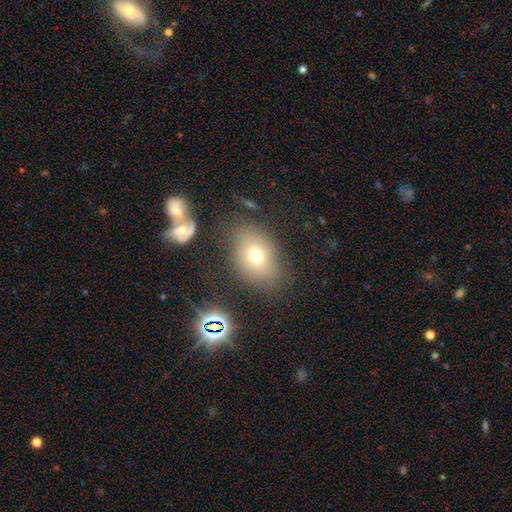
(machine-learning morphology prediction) This is likely a smooth galaxy (67%). How rounded: likely in between (72%). Merging: likely none (73%).